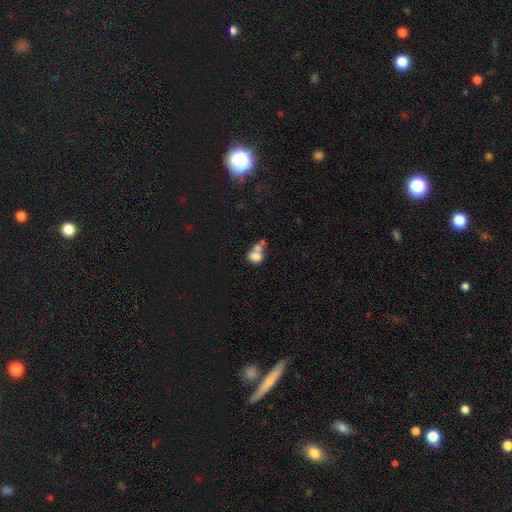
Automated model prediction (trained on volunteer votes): The model was most divided on "how rounded": in between: 57%, round: 42%, cigar-shaped: 2%. More confident: smooth or featured — smooth (72%); merging — merger (58%).